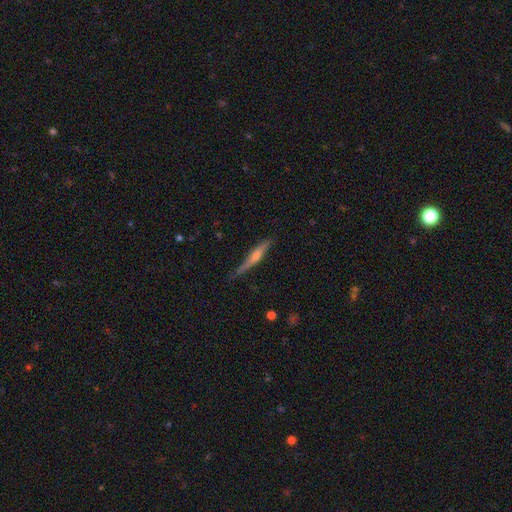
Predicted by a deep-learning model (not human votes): Smooth or featured? Predicted: featured or disk (p=0.62). Edge-on disk? Predicted: yes (p=0.95). Edge-on bulge? Predicted: rounded (p=0.79). Merging? Predicted: none (p=0.73).